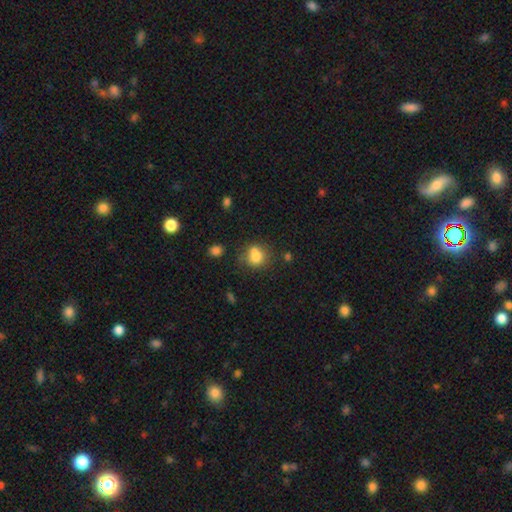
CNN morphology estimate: smooth 76%, featured or disk 13%, star or artifact 12%. Down the decision tree: how rounded — round (71%); merging — none (50%).